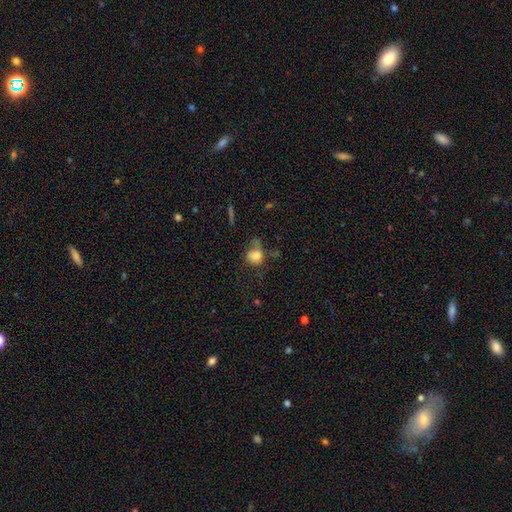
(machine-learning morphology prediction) smooth 78%, featured or disk 12%, star or artifact 10%. Down the decision tree: how rounded — round (65%); merging — none (40%).